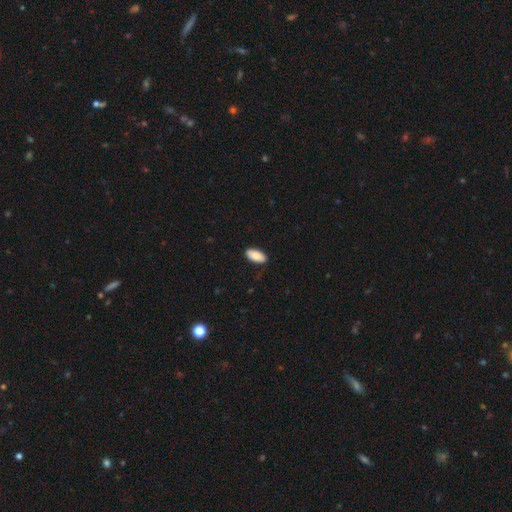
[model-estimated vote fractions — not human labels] A smooth galaxy with no disk features (85%) that is in between round and cigar-shaped (92%). Merging: none (86%).